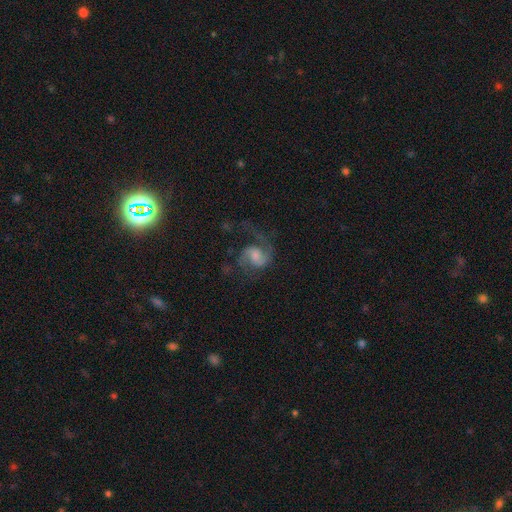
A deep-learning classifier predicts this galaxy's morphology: A featured or disk galaxy (81%) with no bar (49%), 2 (79%) medium (49%) spiral arms (96%) and a moderate central bulge (41%).

Vote fractions:
- Smooth or featured? featured or disk: 81% / smooth: 11% / star or artifact: 8%
- Edge-on disk? no: 98% / yes: 2%
- Bar? no: 49% / weak: 42% / strong: 9%
- Spiral arms? yes: 96% / no: 4%
- Spiral winding? medium: 49% / loose: 38% / tight: 14%
- Spiral arm count? 2: 79% / 1: 12% / can't tell: 4% / 3: 2% / 4: 1% / more than 4: 1%
- Bulge size? moderate: 41% / small: 35% / none: 12% / large: 10% / dominant: 2%
- Merging? none: 54% / major disturbance: 26% / minor disturbance: 18% / merger: 2%